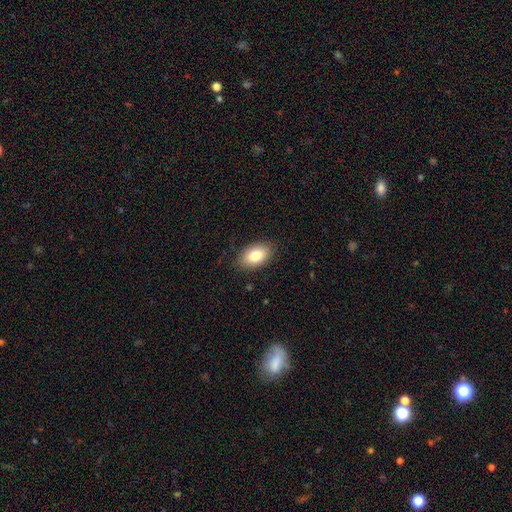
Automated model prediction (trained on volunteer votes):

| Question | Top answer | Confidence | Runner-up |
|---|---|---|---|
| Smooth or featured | smooth | 82% | featured or disk (10%) |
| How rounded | in between | 91% | round (7%) |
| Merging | none | 86% | minor disturbance (11%) |